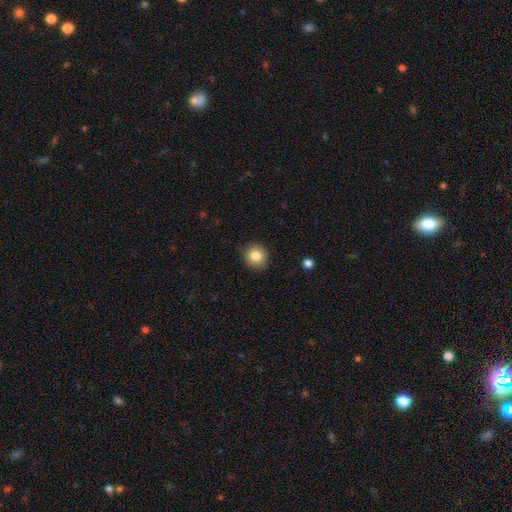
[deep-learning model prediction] Morphology: type=smooth (84%); roundness=round (85%); merging=none (88%).